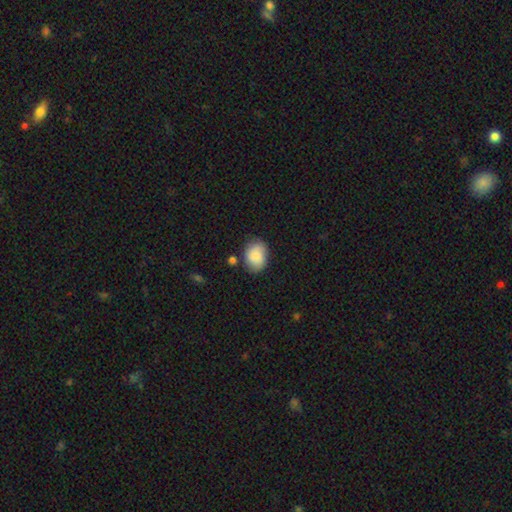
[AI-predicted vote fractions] Morphology: type=smooth (84%); roundness=in between (60%); merging=none (72%).